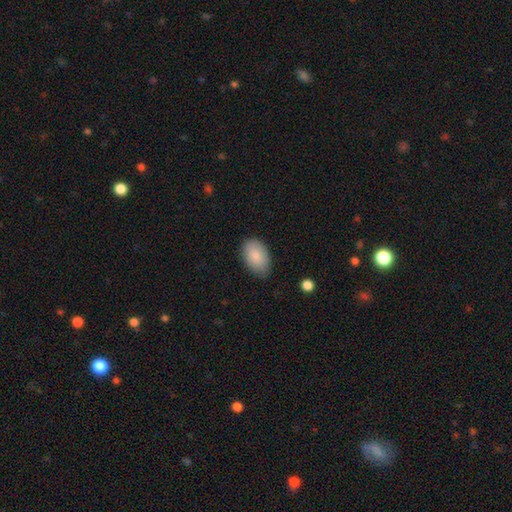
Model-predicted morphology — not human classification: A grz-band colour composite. It shows a smooth galaxy with no disk features (86%) that is in between round and cigar-shaped (92%). Merging: none (76%).